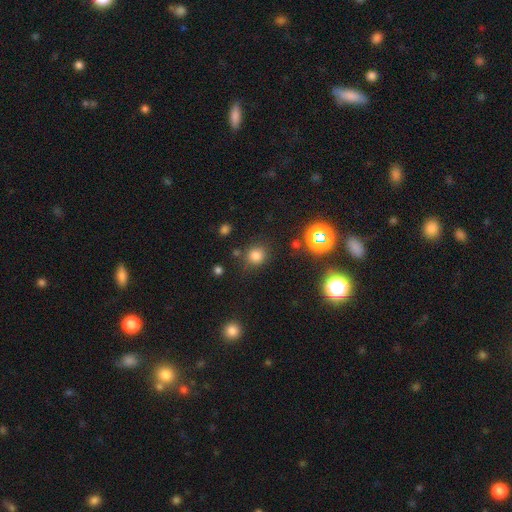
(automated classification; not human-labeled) This appears to be a smooth galaxy with no disk features (76%) that is round (85%). Merging: none (80%).